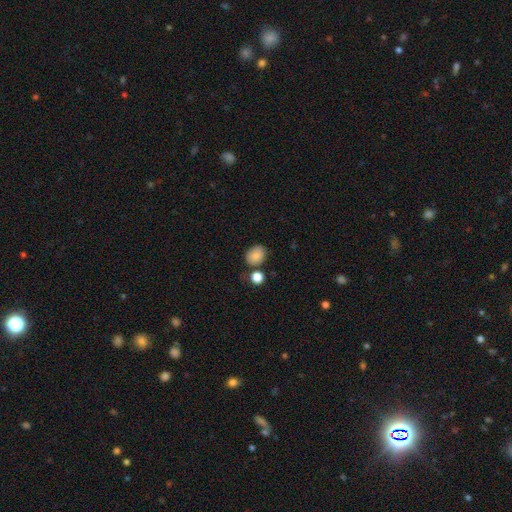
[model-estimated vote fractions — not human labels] Morphology: type=smooth (84%); roundness=in between (53%); merging=none (70%).